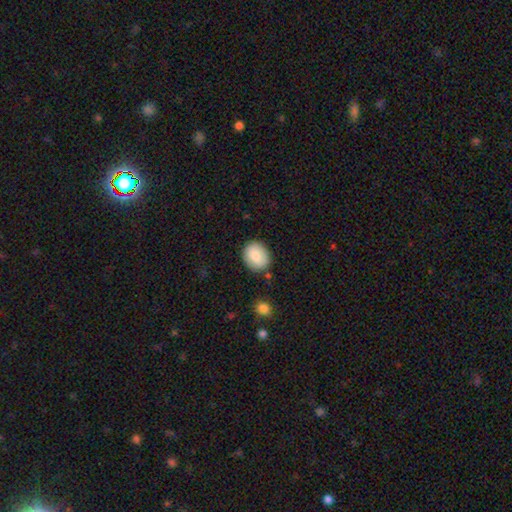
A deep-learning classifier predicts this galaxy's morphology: This is clearly a smooth galaxy (84%). How rounded: possibly round (54%). Merging: clearly none (83%).